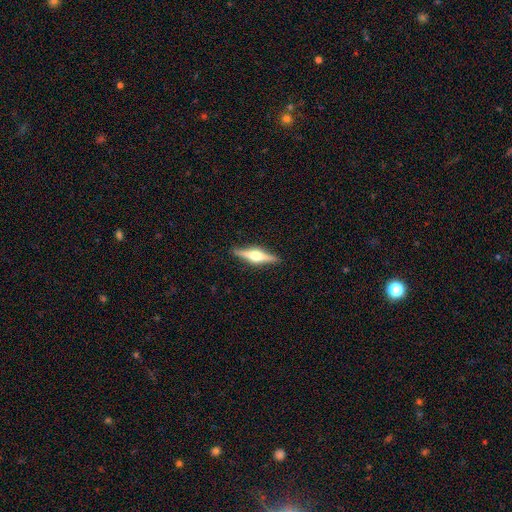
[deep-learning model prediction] Overall: featured or disk (77%). Edge-on disk: yes (98%). Edge-on bulge: rounded (94%). Merging: none (90%).